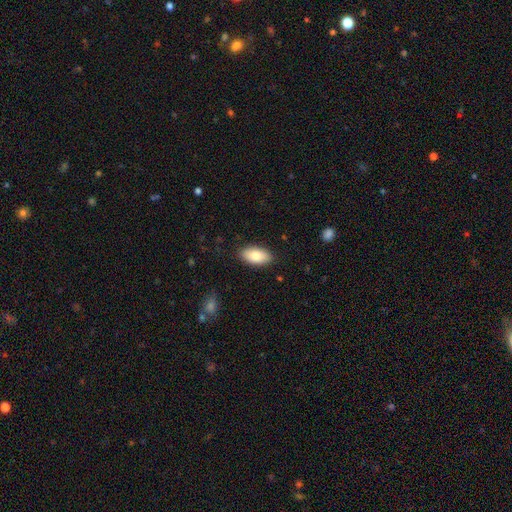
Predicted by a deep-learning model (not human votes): Q: Smooth or featured?
A: smooth (82%); runner-up: featured or disk (12%)
Q: How rounded?
A: in between (93%); runner-up: cigar-shaped (4%)
Q: Merging?
A: none (87%); runner-up: minor disturbance (10%)